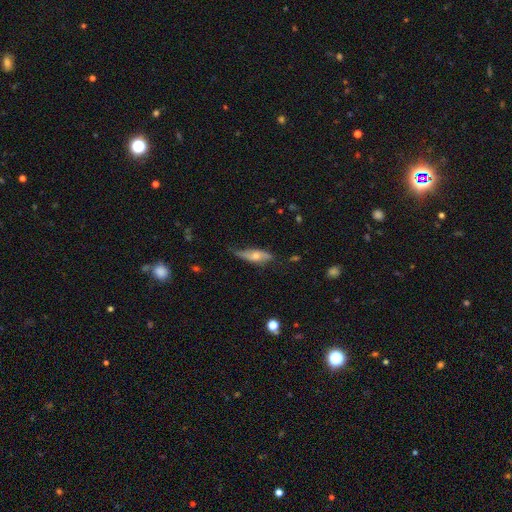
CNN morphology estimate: featured or disk 48%, smooth 46%, star or artifact 7%. Down the decision tree: merging — none (51%).